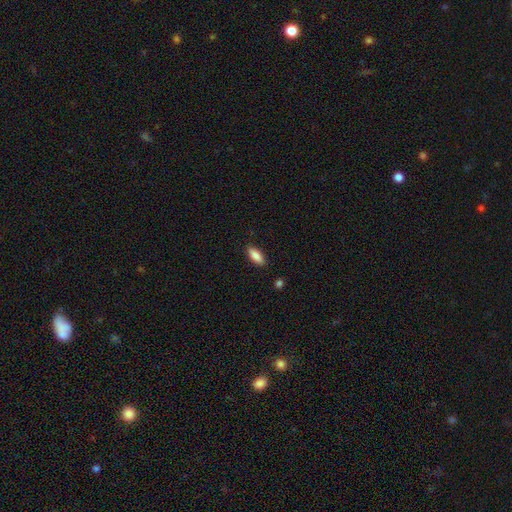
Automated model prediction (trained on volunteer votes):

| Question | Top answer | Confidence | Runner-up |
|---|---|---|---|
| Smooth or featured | smooth | 86% | featured or disk (8%) |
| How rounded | in between | 75% | cigar-shaped (23%) |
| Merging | none | 88% | minor disturbance (9%) |